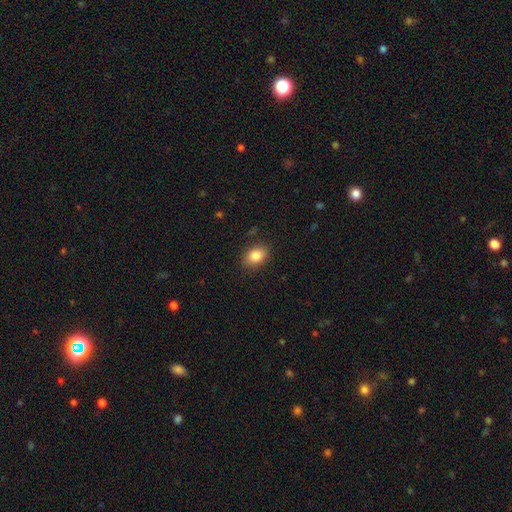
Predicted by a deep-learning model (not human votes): Morphology: type=smooth (85%); roundness=in between (77%); merging=none (85%).